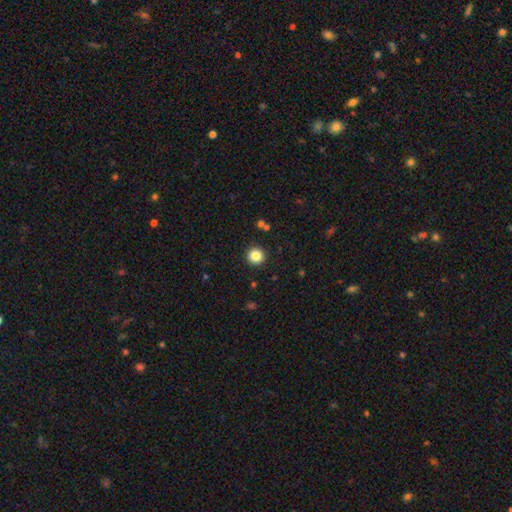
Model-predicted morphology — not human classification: smooth-or-featured: smooth: 84% | star or artifact: 11% | featured or disk: 5%
  how-rounded: round: 96% | in between: 4% | cigar-shaped: 1%
  merging: none: 92% | minor disturbance: 5% | major disturbance: 2% | merger: 1%